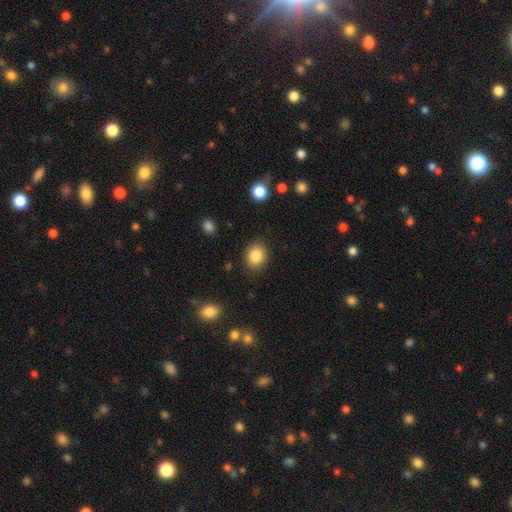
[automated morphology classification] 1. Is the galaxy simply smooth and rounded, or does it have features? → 86% smooth, 9% star or artifact, 5% featured or disk.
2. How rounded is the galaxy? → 58% round, 41% in between, 1% cigar-shaped.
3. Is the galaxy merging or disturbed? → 86% none, 10% minor disturbance, 3% major disturbance, 2% merger.